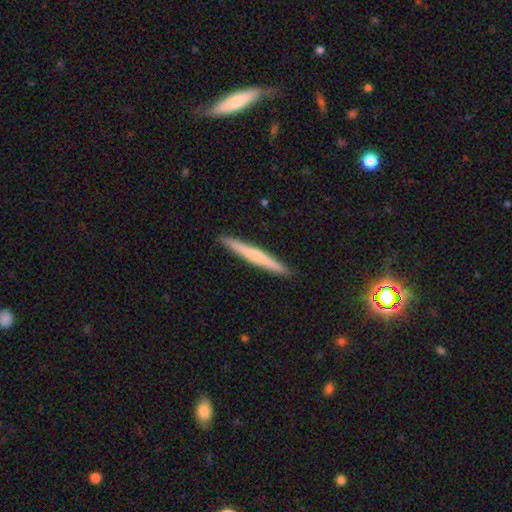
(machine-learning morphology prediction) The model was most divided on "smooth or featured": smooth: 49%, featured or disk: 46%, star or artifact: 5%. More confident: merging — none (92%).